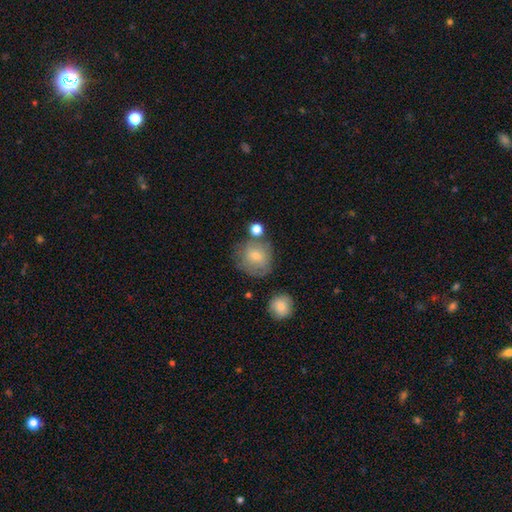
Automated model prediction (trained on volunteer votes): Q: Smooth or featured?
A: smooth (74%); runner-up: featured or disk (18%)
Q: How rounded?
A: round (83%); runner-up: in between (16%)
Q: Merging?
A: none (60%); runner-up: minor disturbance (20%)